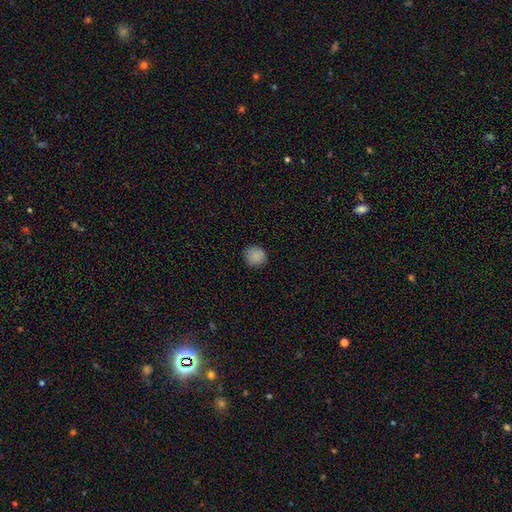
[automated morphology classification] smooth 87%, star or artifact 9%, featured or disk 4%. Down the decision tree: how rounded — round (88%); merging — none (88%).